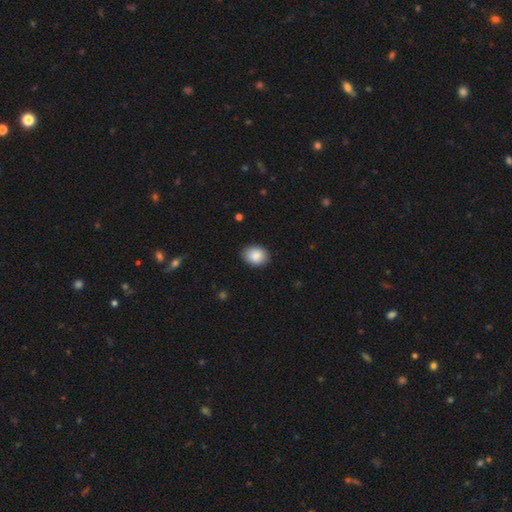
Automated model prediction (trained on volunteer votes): A smooth galaxy with no disk features (88%) that is in between round and cigar-shaped (65%).

Vote fractions:
- Smooth or featured? smooth: 88% / star or artifact: 7% / featured or disk: 5%
- How rounded? in between: 65% / round: 34% / cigar-shaped: 1%
- Merging? none: 88% / minor disturbance: 9% / major disturbance: 2% / merger: 1%